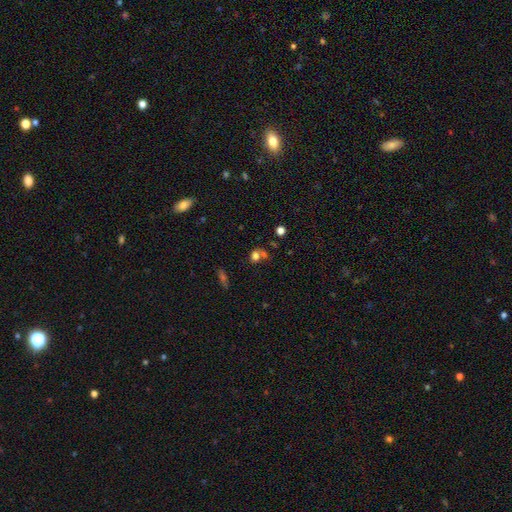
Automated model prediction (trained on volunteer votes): smooth_or_featured: smooth (p=0.69) [alt: star or artifact p=0.17]
how_rounded: round (p=0.61) [alt: in between p=0.37]
merging: none (p=0.40) [alt: merger p=0.38]